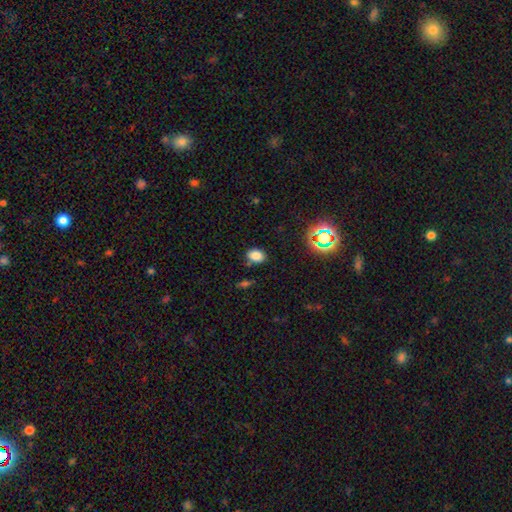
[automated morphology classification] Smooth or featured? Predicted: smooth (p=0.80). How rounded? Predicted: in between (p=0.72). Merging? Predicted: none (p=0.83).